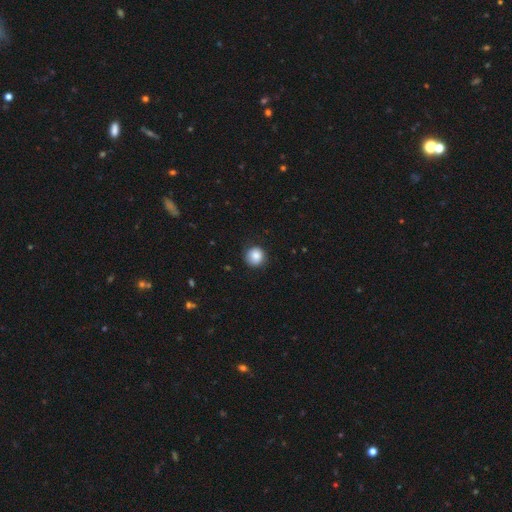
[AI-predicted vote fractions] The model was most divided on "merging": none: 83%, minor disturbance: 13%, major disturbance: 3%, merger: 1%. More confident: how rounded — round (92%); smooth or featured — smooth (85%).